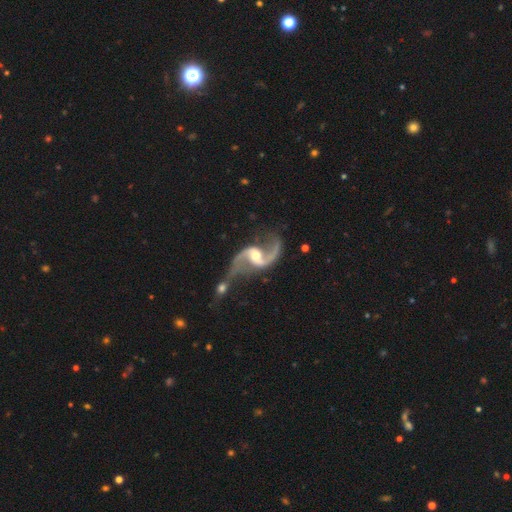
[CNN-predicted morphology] This appears to be a featured or disk galaxy (93%) with a weak bar (43%), 2 (94%) loose (74%) spiral arms (98%) and a moderate central bulge (67%). Merging: merger (37%, tied with none).